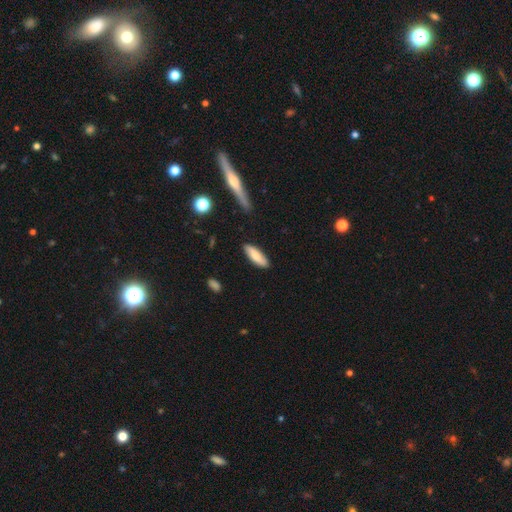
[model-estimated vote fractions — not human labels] This appears to be a smooth galaxy with no disk features (76%) that is in between round and cigar-shaped (53%). Merging: none (85%).